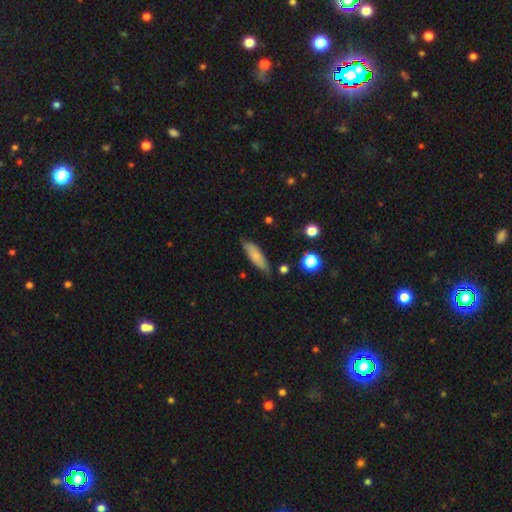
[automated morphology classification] smooth 75%, featured or disk 19%, star or artifact 7%. Down the decision tree: how rounded — cigar-shaped (53%); merging — none (75%).